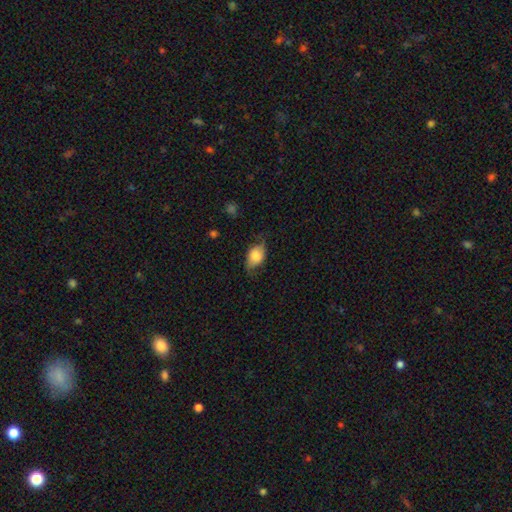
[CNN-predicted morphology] Smooth or featured? smooth (67%)
How rounded? in between (81%)
Merging? none (60%)